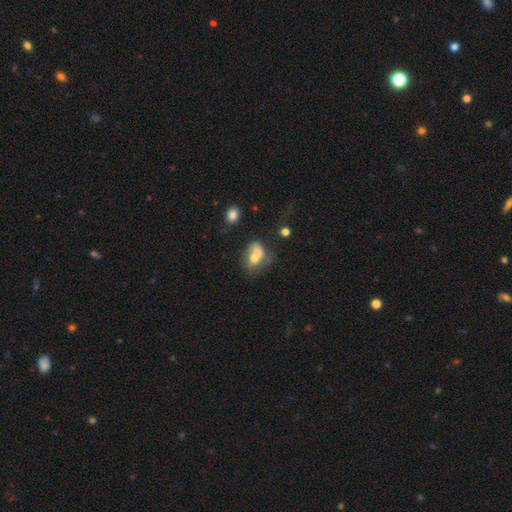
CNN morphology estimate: A smooth galaxy with no disk features (57%) that is in between round and cigar-shaped (72%). Merging: merger (36%).